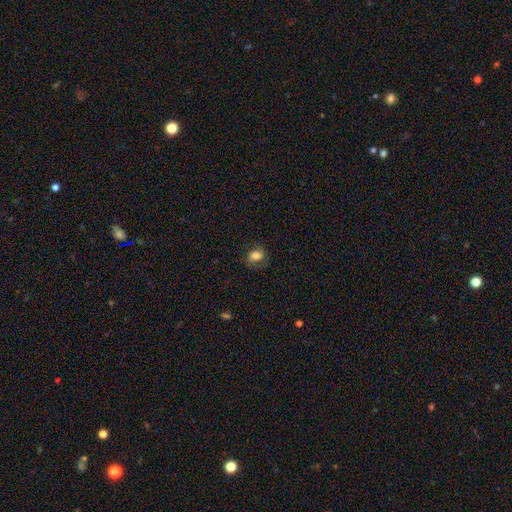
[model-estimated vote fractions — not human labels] This appears to be a smooth galaxy with no disk features (71%) that is in between round and cigar-shaped (58%). Merging: none (65%).